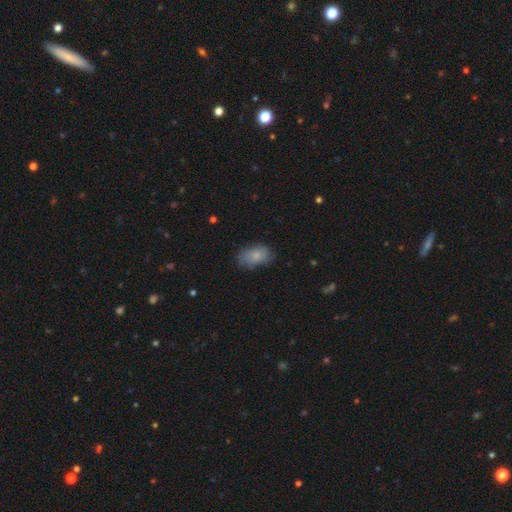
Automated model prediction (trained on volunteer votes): This appears to be a smooth galaxy with no disk features (71%) that is in between round and cigar-shaped (90%). Merging: none (67%).